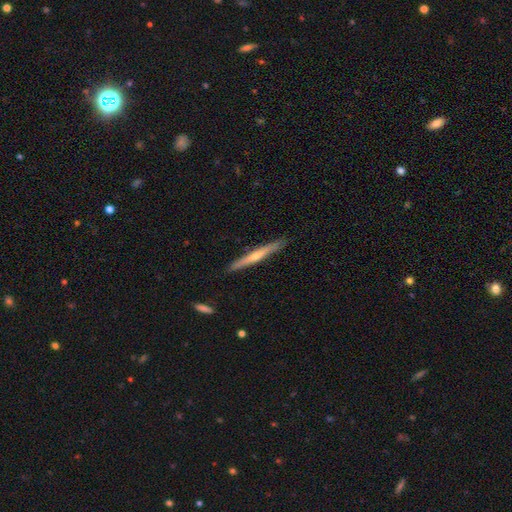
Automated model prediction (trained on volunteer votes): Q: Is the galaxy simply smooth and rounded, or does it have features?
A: featured or disk — 59%.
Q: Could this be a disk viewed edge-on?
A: yes — 97%.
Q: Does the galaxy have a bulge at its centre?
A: rounded — 69%.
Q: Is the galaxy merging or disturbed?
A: none — 90%.